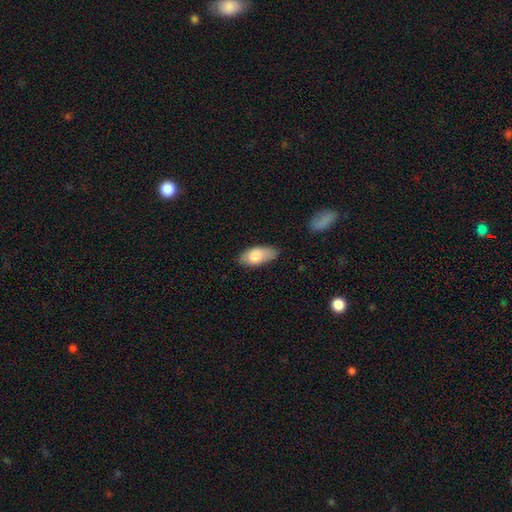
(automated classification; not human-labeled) This is clearly a smooth galaxy (82%). How rounded: clearly in between (89%). Merging: likely none (76%).